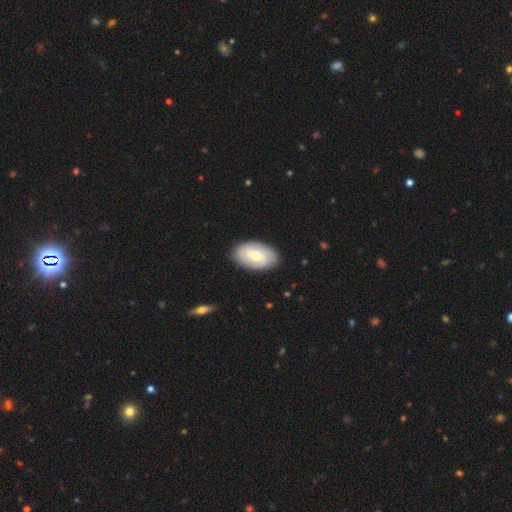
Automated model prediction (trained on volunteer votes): Smooth or featured? smooth (48%)
Merging? none (86%)